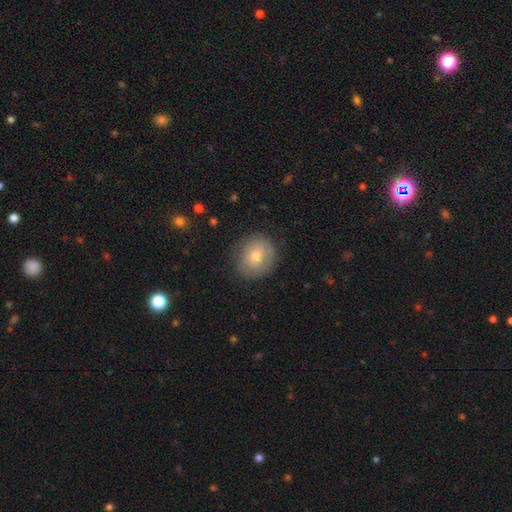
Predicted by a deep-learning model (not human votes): Smooth or featured?
  - smooth: 67% *
  - featured or disk: 24%
  - star or artifact: 9%
How rounded?
  - round: 78% *
  - in between: 21%
  - cigar-shaped: 1%
Merging?
  - none: 81% *
  - minor disturbance: 14%
  - major disturbance: 4%
  - merger: 1%